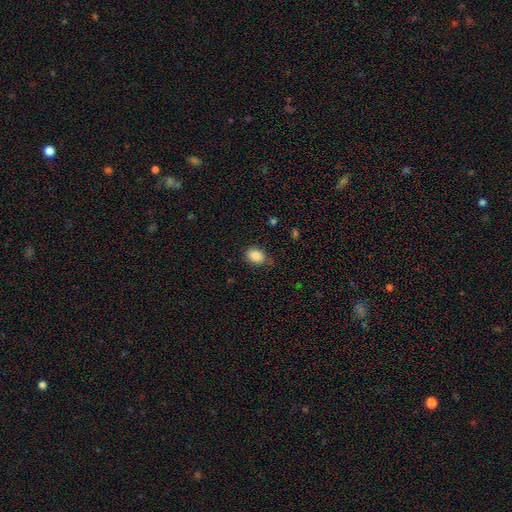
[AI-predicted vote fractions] A smooth galaxy with no disk features (87%) that is in between round and cigar-shaped (78%).

Vote fractions:
- Smooth or featured? smooth: 87% / star or artifact: 8% / featured or disk: 5%
- How rounded? in between: 78% / round: 21% / cigar-shaped: 1%
- Merging? none: 79% / minor disturbance: 16% / major disturbance: 3% / merger: 1%